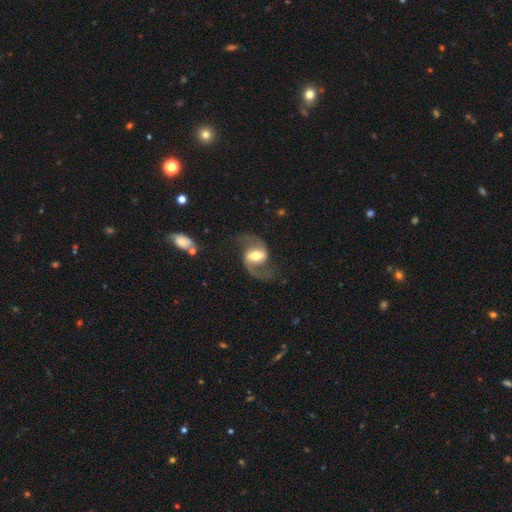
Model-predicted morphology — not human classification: This is clearly a featured or disk galaxy (87%). It is clearly not viewed edge-on (97%). Bar: possibly weak (45%). Spiral arm pattern: clearly yes (96%). Spiral arm count: clearly 2 (93%). Spiral winding: possibly loose (54%). Central bulge: likely moderate (65%). Merging: likely none (75%).